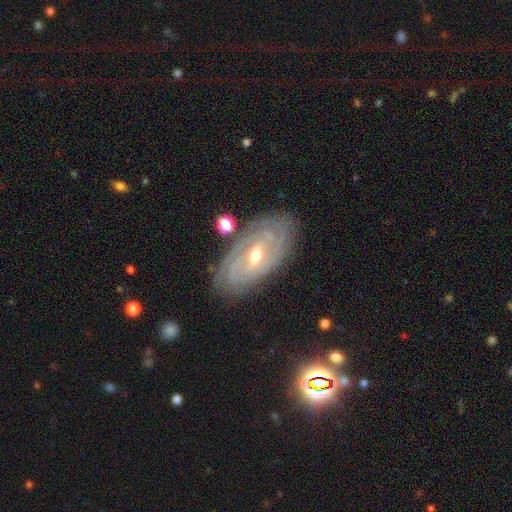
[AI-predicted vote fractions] smooth-or-featured: featured or disk: 83% | smooth: 11% | star or artifact: 6%
  disk-edge-on: no: 92% | yes: 8%
    bar: no: 45% | weak: 39% | strong: 15%
    has-spiral-arms: yes: 92% | no: 8%
      spiral-winding: tight: 79% | medium: 17% | loose: 4%
      spiral-arm-count: can't tell: 40% | 2: 24% | 3: 17% | 4: 9% | more than 4: 5% | 1: 5%
    bulge-size: moderate: 60% | small: 36% | large: 2% | none: 1% | dominant: 1%
  merging: none: 80% | minor disturbance: 14% | major disturbance: 4% | merger: 2%